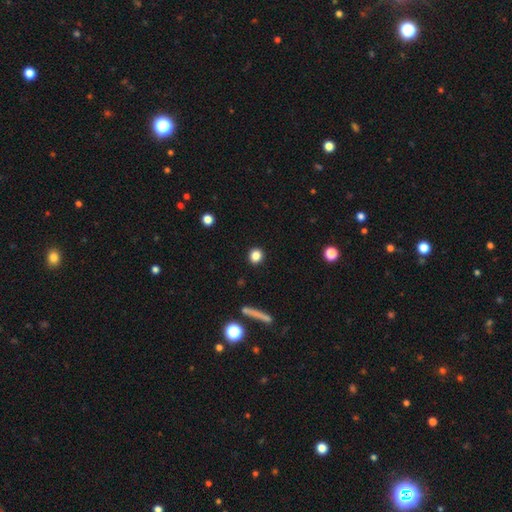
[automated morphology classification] The model was most divided on "how rounded": round: 82%, in between: 16%, cigar-shaped: 2%. More confident: merging — none (92%); smooth or featured — smooth (85%).